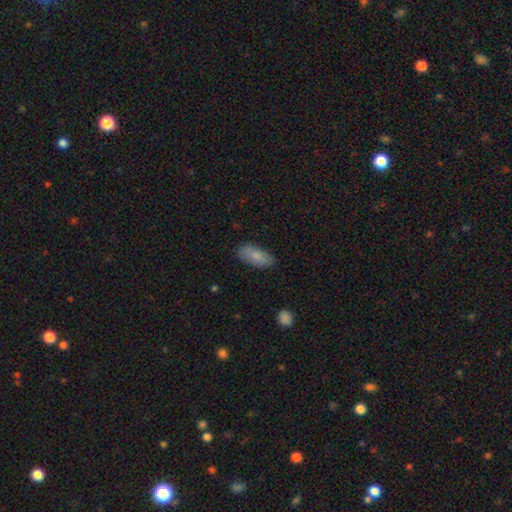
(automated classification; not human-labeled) smooth_or_featured: smooth (p=0.84) [alt: featured or disk p=0.10]
how_rounded: in between (p=0.88) [alt: cigar-shaped p=0.09]
merging: none (p=0.81) [alt: minor disturbance p=0.15]